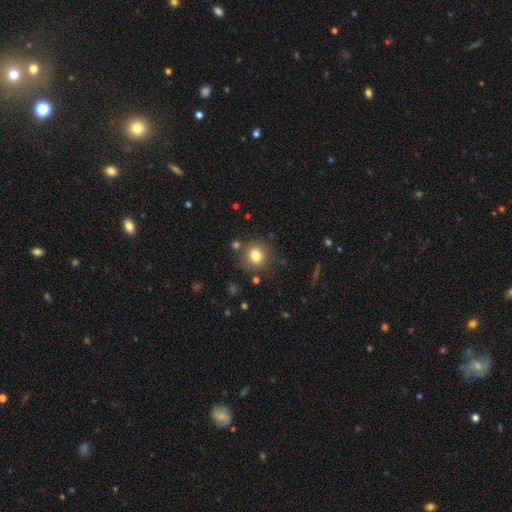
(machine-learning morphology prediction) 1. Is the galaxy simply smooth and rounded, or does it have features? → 80% smooth, 12% star or artifact, 8% featured or disk.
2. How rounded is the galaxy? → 83% round, 16% in between, 1% cigar-shaped.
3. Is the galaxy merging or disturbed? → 82% none, 10% minor disturbance, 4% merger, 3% major disturbance.